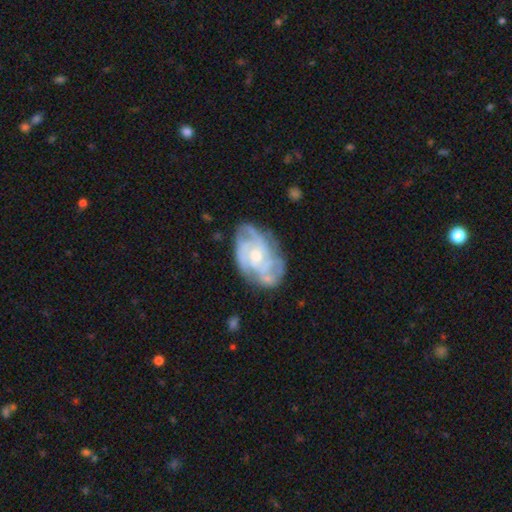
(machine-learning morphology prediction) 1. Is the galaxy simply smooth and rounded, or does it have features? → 81% featured or disk, 14% smooth, 5% star or artifact.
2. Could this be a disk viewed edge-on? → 97% no, 3% yes.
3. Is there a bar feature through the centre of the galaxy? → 70% no, 26% weak, 4% strong.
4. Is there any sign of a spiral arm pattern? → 89% yes, 11% no.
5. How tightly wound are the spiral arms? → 52% tight, 37% medium, 11% loose.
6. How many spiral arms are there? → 36% can't tell, 25% 3, 15% 4, 14% 2, 5% more than 4, 4% 1.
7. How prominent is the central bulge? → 54% moderate, 36% small, 5% large, 4% none, 1% dominant.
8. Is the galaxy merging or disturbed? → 66% none, 22% minor disturbance, 9% major disturbance, 3% merger.